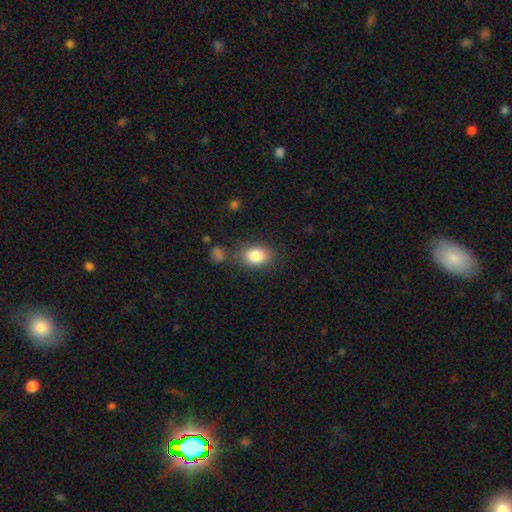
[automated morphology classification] type=smooth (84%); roundness=in between (74%); merging=none (76%).